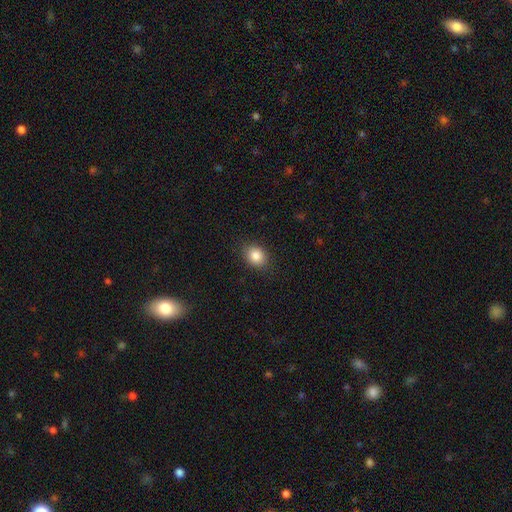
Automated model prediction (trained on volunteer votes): A smooth galaxy with no disk features (85%) that is in between round and cigar-shaped (54%).

Vote fractions:
- Smooth or featured? smooth: 85% / star or artifact: 9% / featured or disk: 6%
- How rounded? in between: 54% / round: 45% / cigar-shaped: 1%
- Merging? none: 87% / minor disturbance: 9% / major disturbance: 3% / merger: 1%